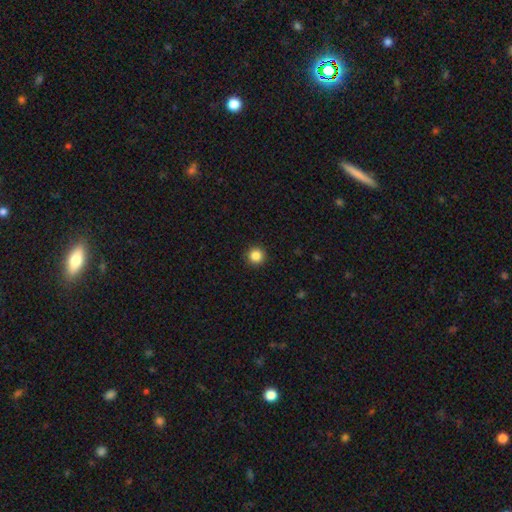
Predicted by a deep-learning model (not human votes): smooth-or-featured: smooth: 86% | star or artifact: 11% | featured or disk: 4%
  how-rounded: round: 96% | in between: 3% | cigar-shaped: 1%
  merging: none: 93% | minor disturbance: 4% | major disturbance: 2% | merger: 1%